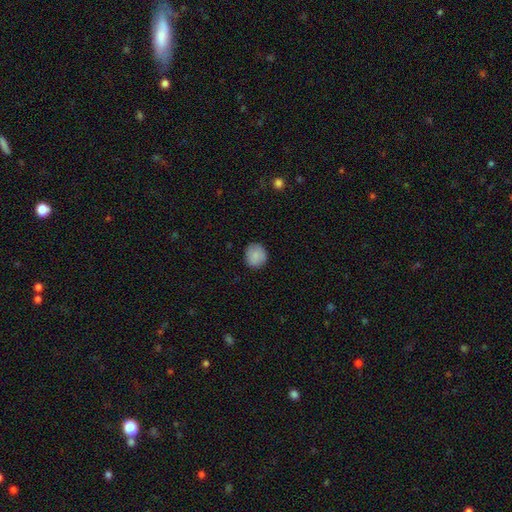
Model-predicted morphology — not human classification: Smooth or featured: smooth — 87% (star or artifact — 7%)
How rounded: round — 86% (in between — 13%)
Merging: none — 87% (minor disturbance — 10%)